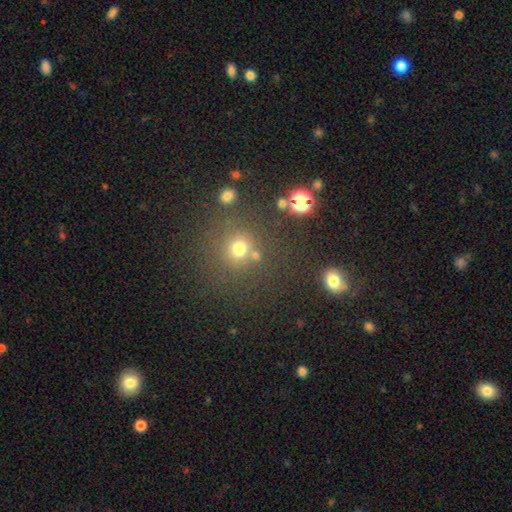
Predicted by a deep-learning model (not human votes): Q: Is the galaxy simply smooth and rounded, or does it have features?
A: smooth — 69%.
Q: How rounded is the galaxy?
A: round — 89%.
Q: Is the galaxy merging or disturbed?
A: none — 76%.